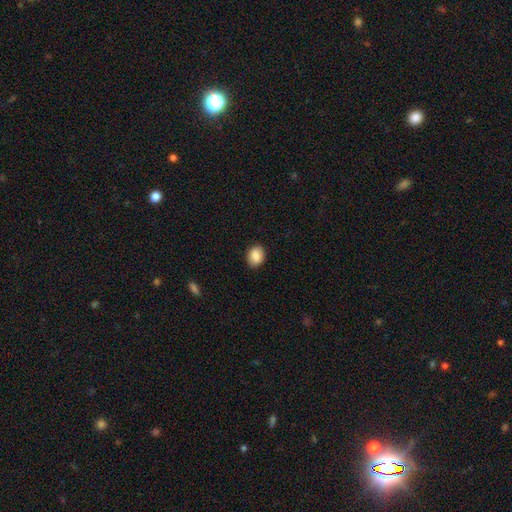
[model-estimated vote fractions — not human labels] Q: Smooth or featured?
A: smooth (87%); runner-up: star or artifact (8%)
Q: How rounded?
A: in between (60%); runner-up: round (39%)
Q: Merging?
A: none (88%); runner-up: minor disturbance (9%)